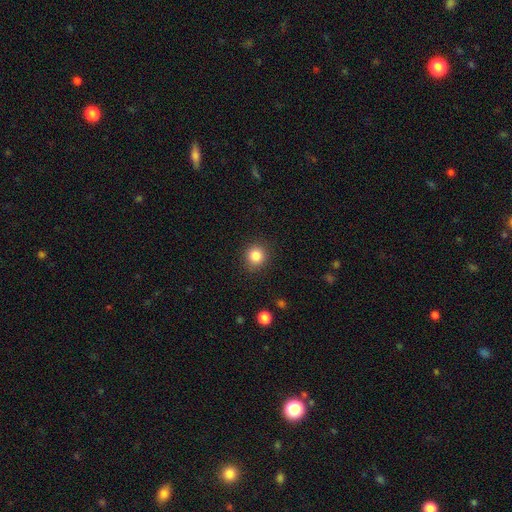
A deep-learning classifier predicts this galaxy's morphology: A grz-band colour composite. It shows a smooth galaxy with no disk features (85%) that is round (90%). Merging: none (89%).